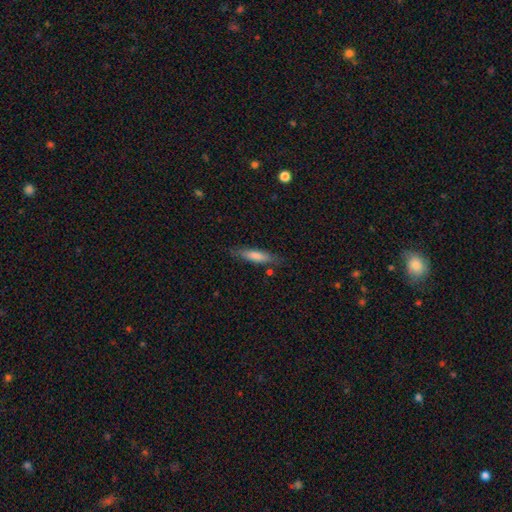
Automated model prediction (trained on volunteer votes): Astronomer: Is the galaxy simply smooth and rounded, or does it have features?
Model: smooth — 67%.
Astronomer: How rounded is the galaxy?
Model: cigar-shaped — 79%.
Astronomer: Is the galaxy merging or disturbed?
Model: none — 82%.